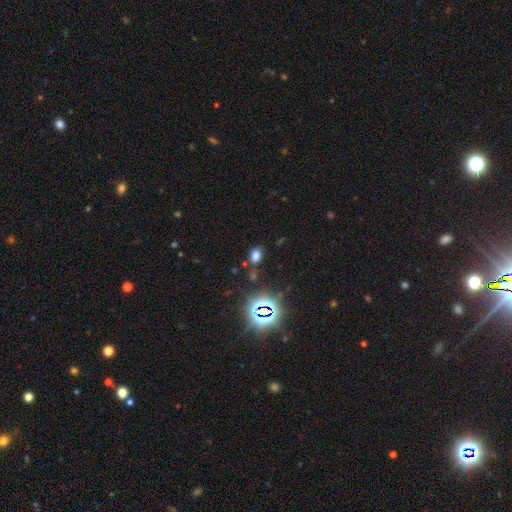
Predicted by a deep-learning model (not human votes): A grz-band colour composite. It shows a smooth galaxy with no disk features (62%) that is in between round and cigar-shaped (73%). Merging: none (76%).